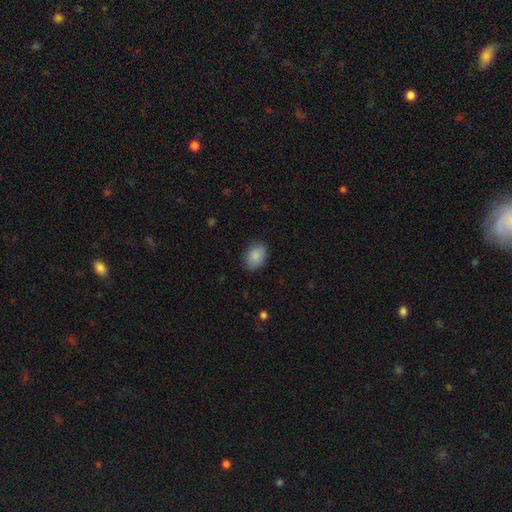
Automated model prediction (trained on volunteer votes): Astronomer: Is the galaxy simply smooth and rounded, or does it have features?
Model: smooth — 87%.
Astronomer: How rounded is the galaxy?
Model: in between — 81%.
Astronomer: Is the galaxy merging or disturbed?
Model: none — 84%.